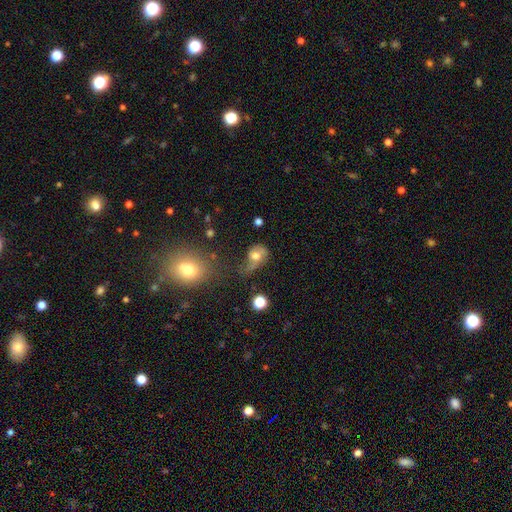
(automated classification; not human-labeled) A smooth galaxy with no disk features (56%) that is in between round and cigar-shaped (55%). Merging: major disturbance (44%).